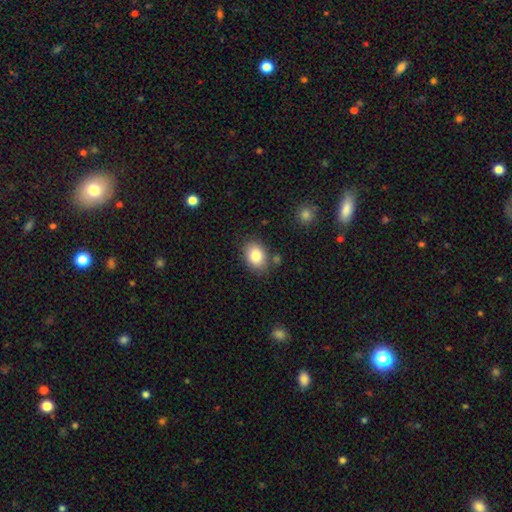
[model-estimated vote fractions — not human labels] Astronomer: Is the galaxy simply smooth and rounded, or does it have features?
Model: smooth — 84%.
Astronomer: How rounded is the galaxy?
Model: in between — 71%.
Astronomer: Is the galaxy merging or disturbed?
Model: none — 80%.